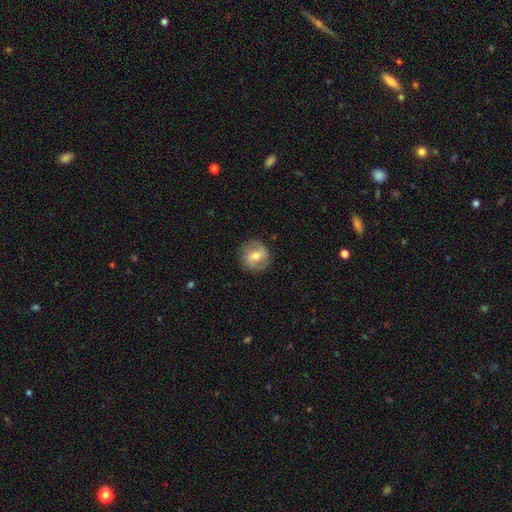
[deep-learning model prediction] smooth-or-featured: featured or disk: 55% | smooth: 38% | star or artifact: 7%
  disk-edge-on: no: 95% | yes: 5%
    bar: weak: 44% | strong: 31% | no: 25%
    has-spiral-arms: yes: 70% | no: 30%
    bulge-size: moderate: 68% | small: 25% | large: 5% | none: 1% | dominant: 1%
  merging: none: 84% | minor disturbance: 11% | major disturbance: 4% | merger: 1%